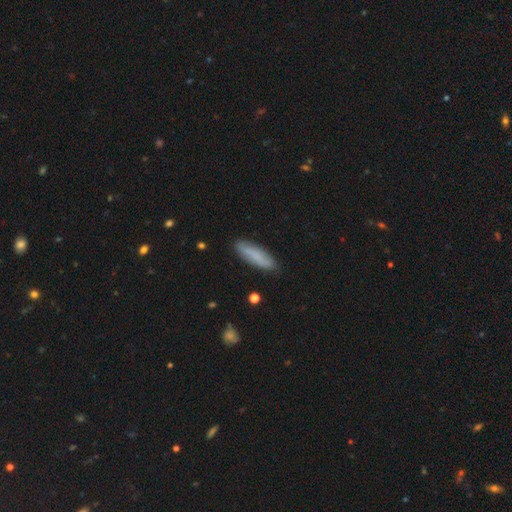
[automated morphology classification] Smooth or featured? Predicted: smooth (p=0.74). How rounded? Predicted: cigar-shaped (p=0.65). Merging? Predicted: none (p=0.85).